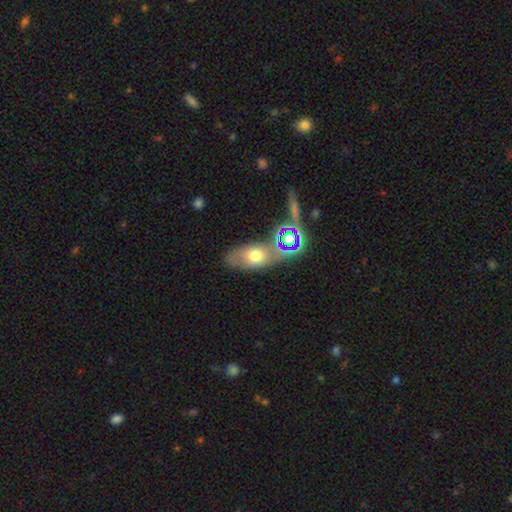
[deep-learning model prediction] Smooth or featured: smooth — 54% (featured or disk — 29%)
How rounded: in between — 81% (round — 13%)
Merging: none — 60% (minor disturbance — 17%)